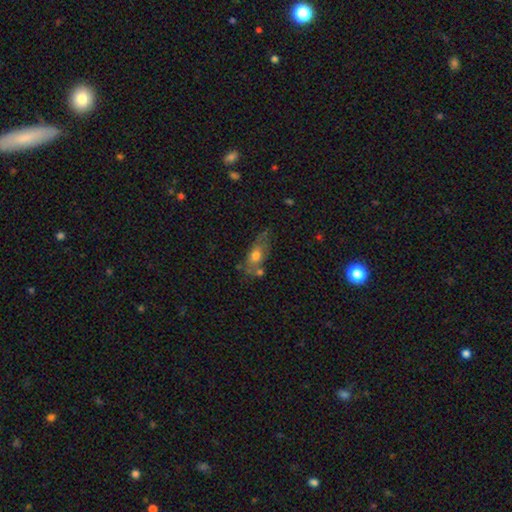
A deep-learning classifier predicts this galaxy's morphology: Q: Smooth or featured?
A: smooth (63%); runner-up: featured or disk (29%)
Q: How rounded?
A: in between (82%); runner-up: cigar-shaped (10%)
Q: Merging?
A: none (48%); runner-up: minor disturbance (27%)